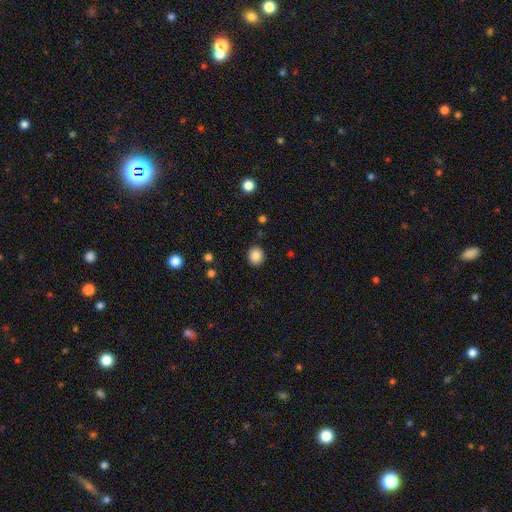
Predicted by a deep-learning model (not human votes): smooth-or-featured: smooth: 87% | star or artifact: 10% | featured or disk: 4%
  how-rounded: round: 75% | in between: 24% | cigar-shaped: 1%
  merging: none: 89% | minor disturbance: 7% | major disturbance: 2% | merger: 1%